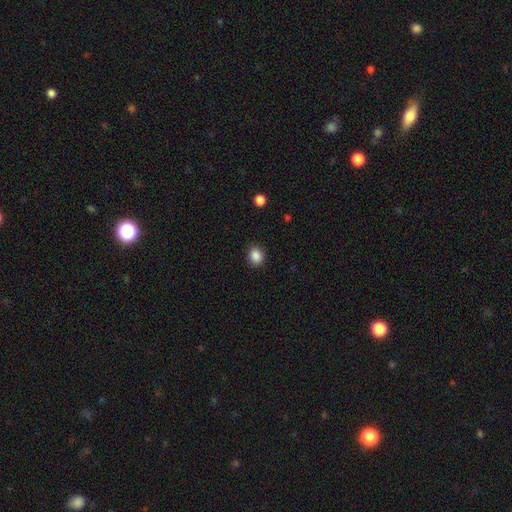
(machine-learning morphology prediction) Smooth or featured? Predicted: smooth (p=0.87). How rounded? Predicted: round (p=0.70). Merging? Predicted: none (p=0.89).